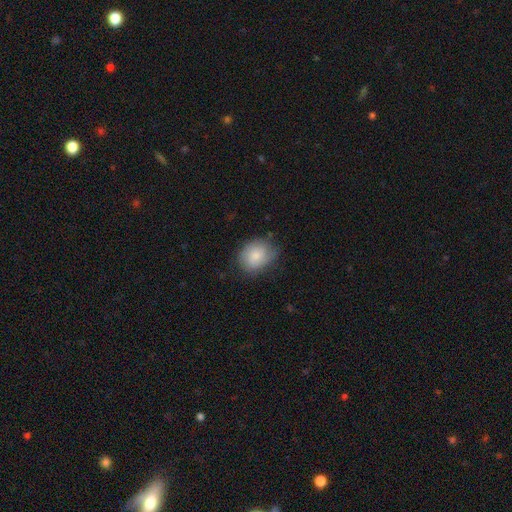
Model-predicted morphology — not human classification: Q: Smooth or featured?
A: smooth (76%); runner-up: featured or disk (17%)
Q: How rounded?
A: round (51%); runner-up: in between (48%)
Q: Merging?
A: none (67%); runner-up: minor disturbance (25%)